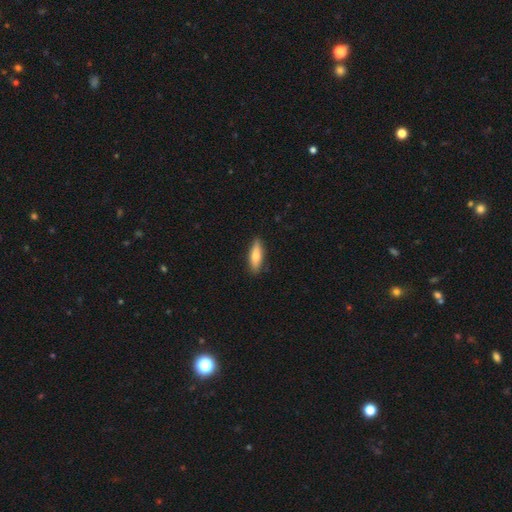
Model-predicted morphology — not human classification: smooth_or_featured: smooth (p=0.72) [alt: featured or disk p=0.22]
how_rounded: cigar-shaped (p=0.53) [alt: in between p=0.45]
merging: none (p=0.88) [alt: minor disturbance p=0.10]